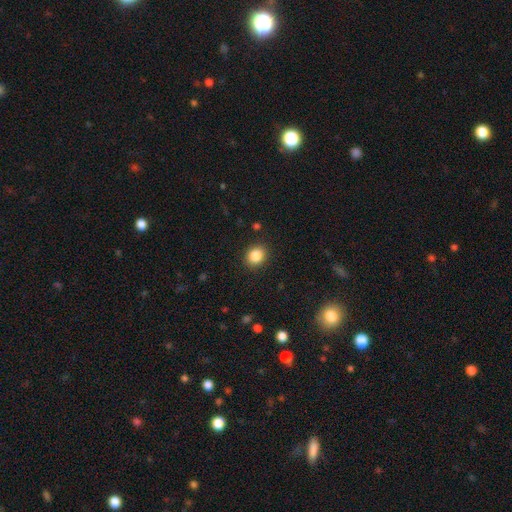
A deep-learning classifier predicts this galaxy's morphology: Q: Smooth or featured?
A: smooth (85%); runner-up: star or artifact (10%)
Q: How rounded?
A: round (68%); runner-up: in between (31%)
Q: Merging?
A: none (90%); runner-up: minor disturbance (7%)